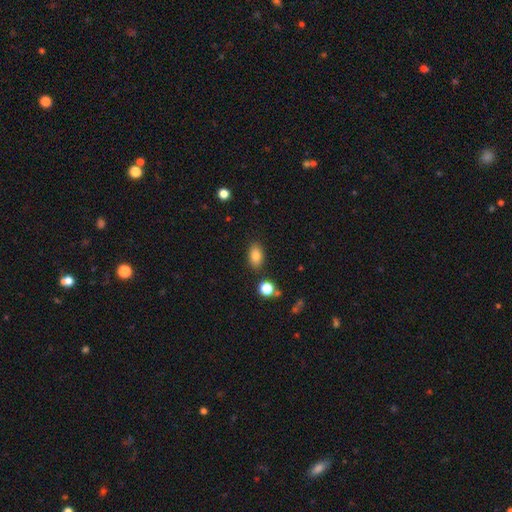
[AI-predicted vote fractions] This appears to be a smooth galaxy with no disk features (83%) that is in between round and cigar-shaped (88%). Merging: none (85%).